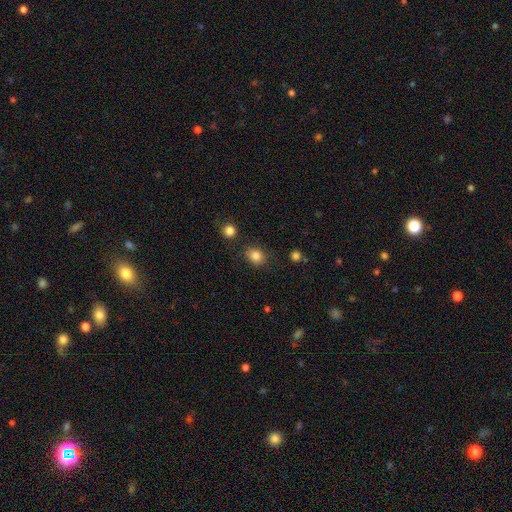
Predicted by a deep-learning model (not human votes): Smooth or featured? Predicted: smooth (p=0.84). How rounded? Predicted: round (p=0.60). Merging? Predicted: none (p=0.81).